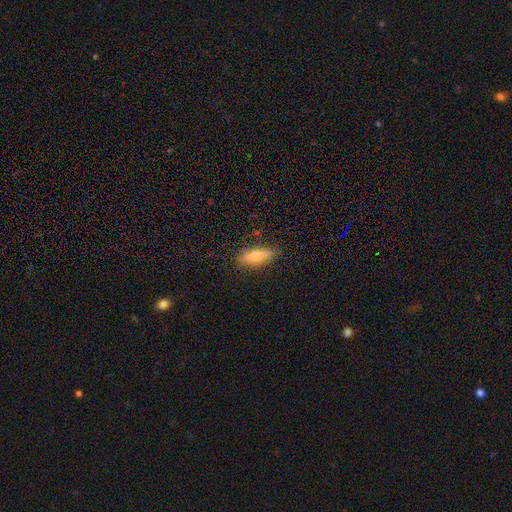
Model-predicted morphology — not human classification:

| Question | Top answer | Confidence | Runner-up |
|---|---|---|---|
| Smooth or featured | smooth | 54% | featured or disk (37%) |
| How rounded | cigar-shaped | 59% | in between (38%) |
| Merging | none | 85% | minor disturbance (11%) |